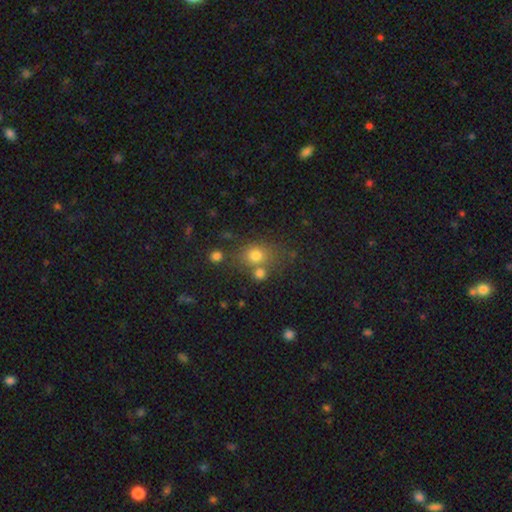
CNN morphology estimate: This appears to be a smooth galaxy with no disk features (76%) that is round (63%). Merging: none (59%).